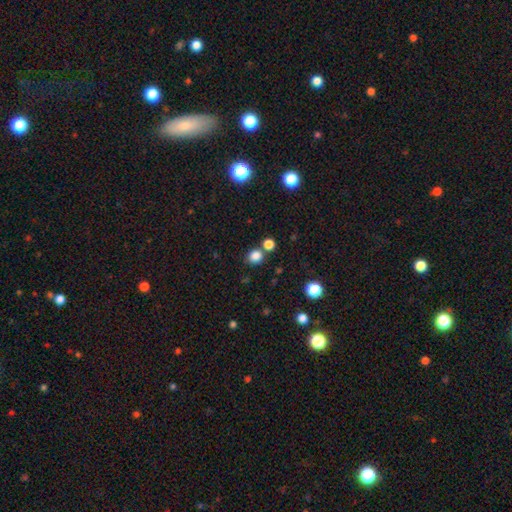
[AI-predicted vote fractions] smooth_or_featured: smooth (p=0.82) [alt: star or artifact p=0.14]
how_rounded: round (p=0.80) [alt: in between p=0.19]
merging: none (p=0.70) [alt: merger p=0.18]